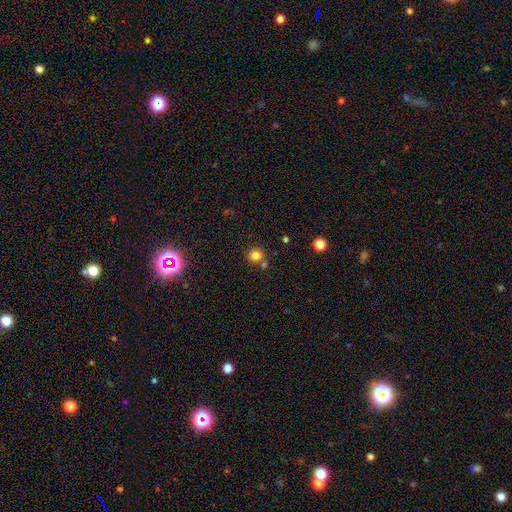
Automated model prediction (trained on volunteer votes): Morphology: type=smooth (80%); roundness=round (92%); merging=none (69%).